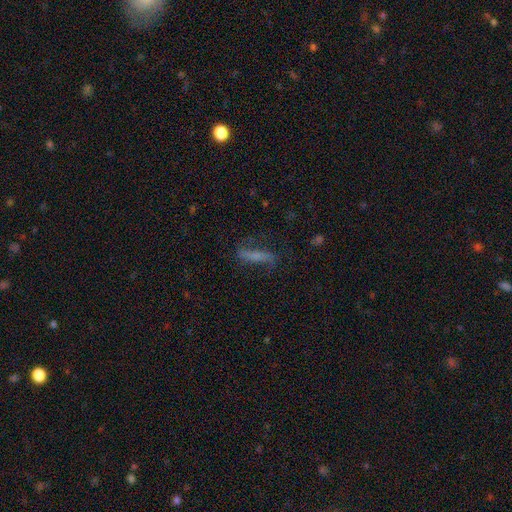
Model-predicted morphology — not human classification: A smooth galaxy with no disk features (44%). Merging: none (67%).